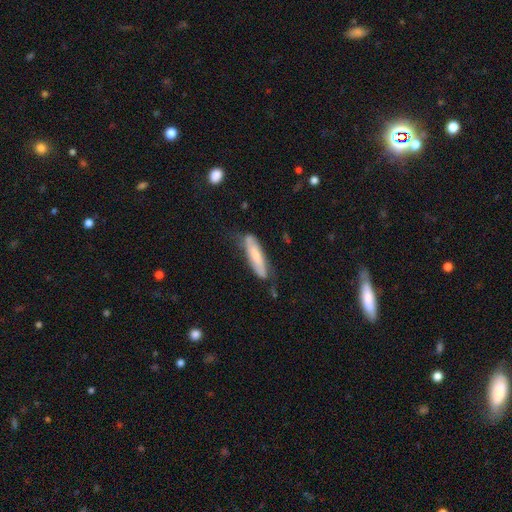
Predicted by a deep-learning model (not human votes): A smooth galaxy with no disk features (60%) that is cigar-shaped (75%). Merging: none (58%).